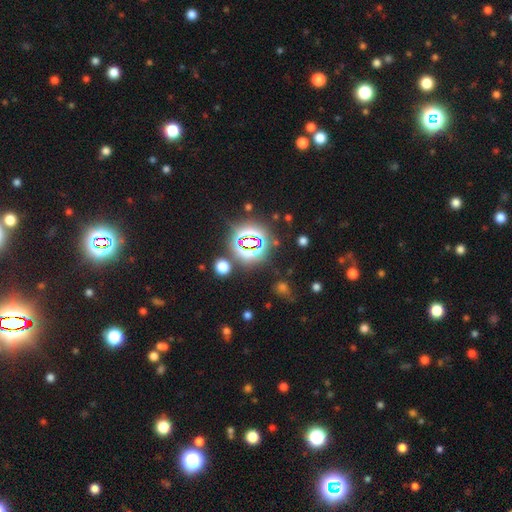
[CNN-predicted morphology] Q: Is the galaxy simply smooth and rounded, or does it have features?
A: star or artifact — 78%.